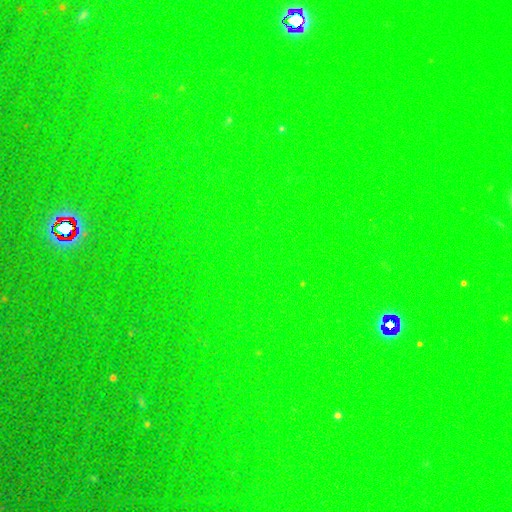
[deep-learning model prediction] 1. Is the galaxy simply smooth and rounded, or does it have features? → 77% star or artifact, 14% smooth, 9% featured or disk.